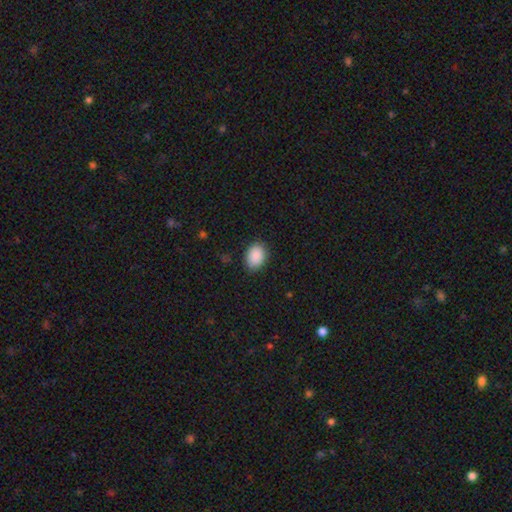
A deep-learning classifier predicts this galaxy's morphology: type=smooth (90%); roundness=in between (80%); merging=none (86%).